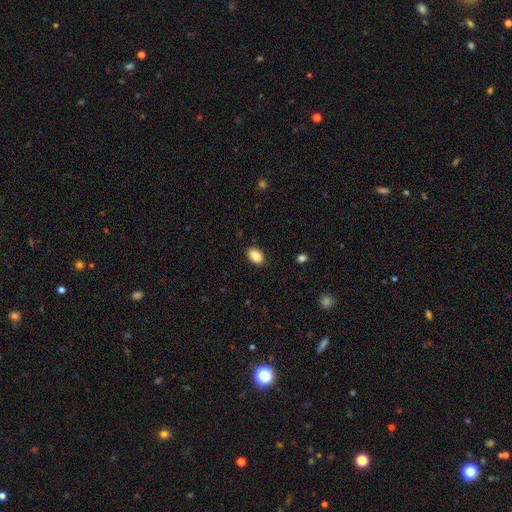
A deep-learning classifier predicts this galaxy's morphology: Overall: smooth (86%). How rounded: in between (86%). Merging: none (89%).